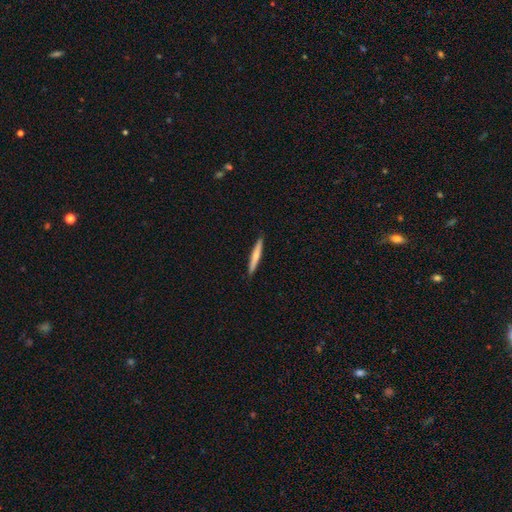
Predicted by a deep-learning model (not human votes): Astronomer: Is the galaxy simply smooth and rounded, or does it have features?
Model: smooth — 61%.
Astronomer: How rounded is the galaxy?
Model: cigar-shaped — 95%.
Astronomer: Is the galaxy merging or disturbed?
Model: none — 92%.